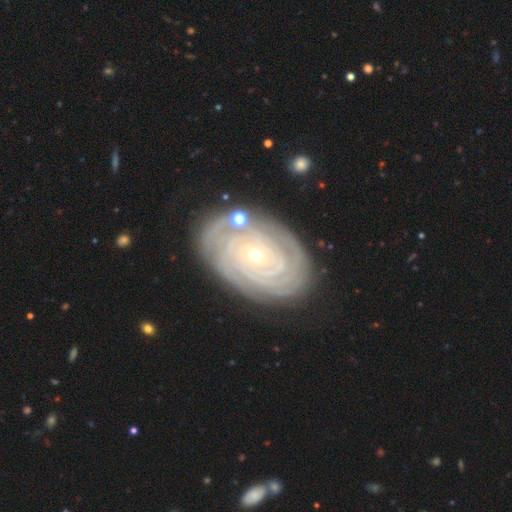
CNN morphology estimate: type=featured or disk (89%); edge-on=no (96%); bar=no (77%); spiral arms=yes (98%); winding=tight (89%); arm count=4 (23%); bulge=small (69%); merging=none (78%).